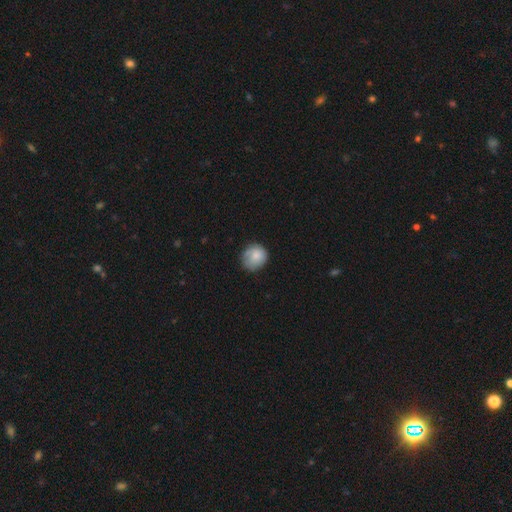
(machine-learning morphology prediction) Smooth or featured? Predicted: smooth (p=0.79). How rounded? Predicted: round (p=0.82). Merging? Predicted: none (p=0.69).